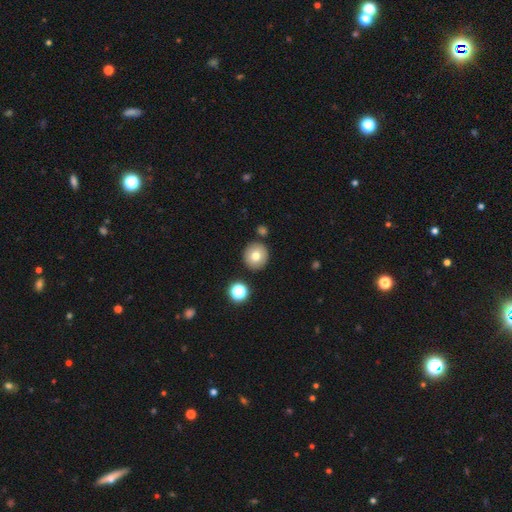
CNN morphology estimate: Q: Smooth or featured?
A: smooth (75%); runner-up: featured or disk (14%)
Q: How rounded?
A: round (93%); runner-up: in between (6%)
Q: Merging?
A: none (86%); runner-up: minor disturbance (7%)